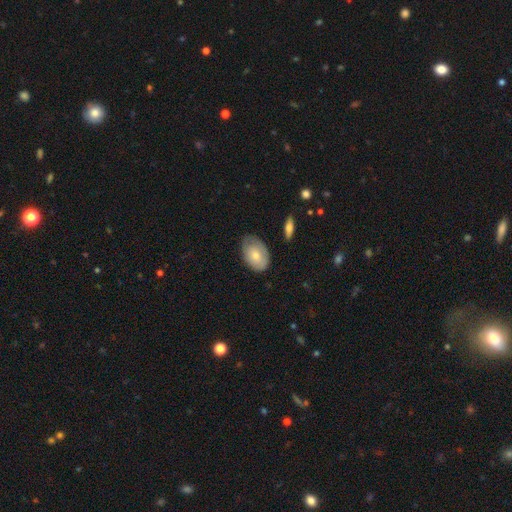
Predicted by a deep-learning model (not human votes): The model was most divided on "merging": none: 62%, minor disturbance: 29%, major disturbance: 7%, merger: 2%. More confident: how rounded — in between (85%); smooth or featured — smooth (68%).